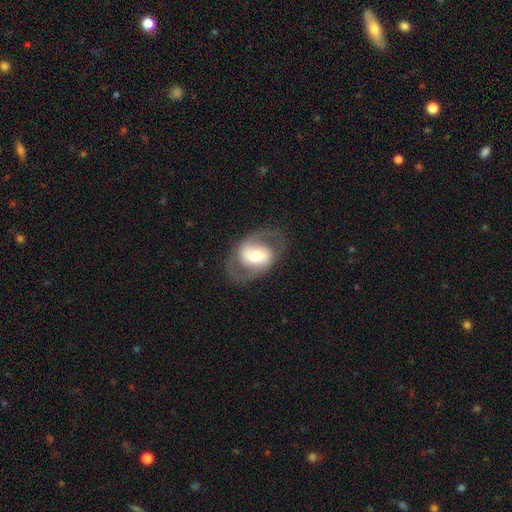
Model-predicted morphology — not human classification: A featured or disk galaxy (68%) with a weak bar (37%), spiral arms (76%) and a moderate central bulge (58%). Merging: none (73%).